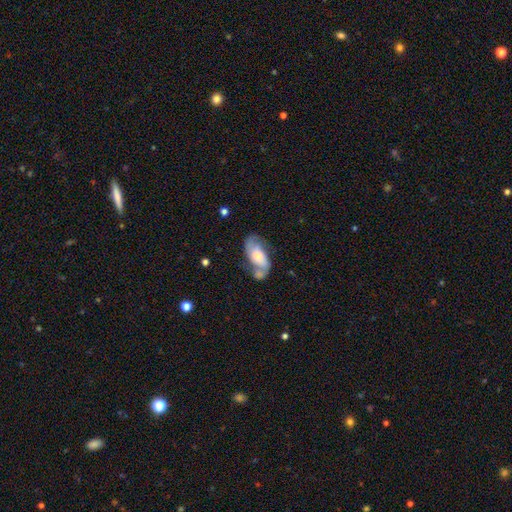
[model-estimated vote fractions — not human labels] This is likely a featured or disk galaxy (63%). It is clearly not viewed edge-on (92%). Bar: possibly no (59%). Spiral arm pattern: likely yes (78%). Central bulge: likely moderate (67%). Merging: possibly none (46%).